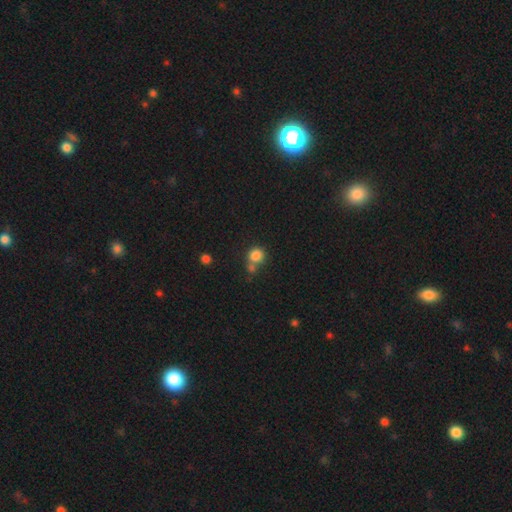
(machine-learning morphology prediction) This appears to be a smooth galaxy with no disk features (83%) that is round (87%). Merging: none (56%).